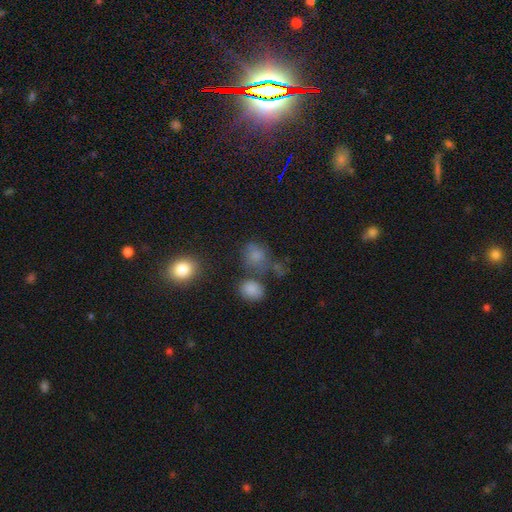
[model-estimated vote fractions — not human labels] This is likely a smooth galaxy (75%). How rounded: likely round (60%). Merging: possibly none (50%).